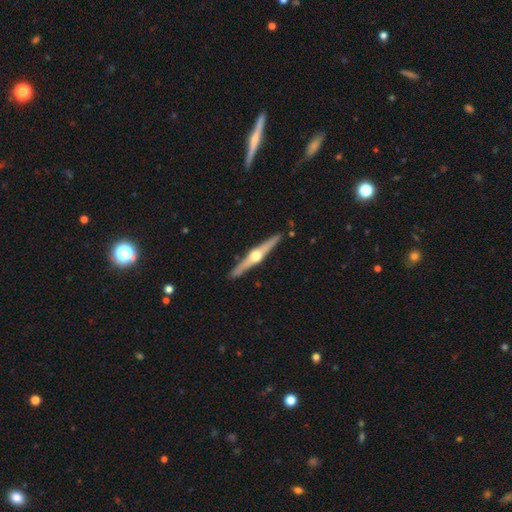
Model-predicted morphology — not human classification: Overall: featured or disk (80%). Edge-on disk: yes (98%). Edge-on bulge: rounded (96%). Merging: none (91%).